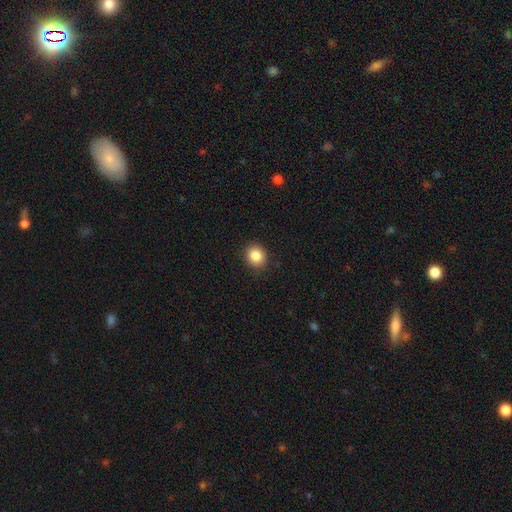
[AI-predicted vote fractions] Smooth or featured: smooth — 85% (star or artifact — 10%)
How rounded: round — 80% (in between — 19%)
Merging: none — 90% (minor disturbance — 7%)